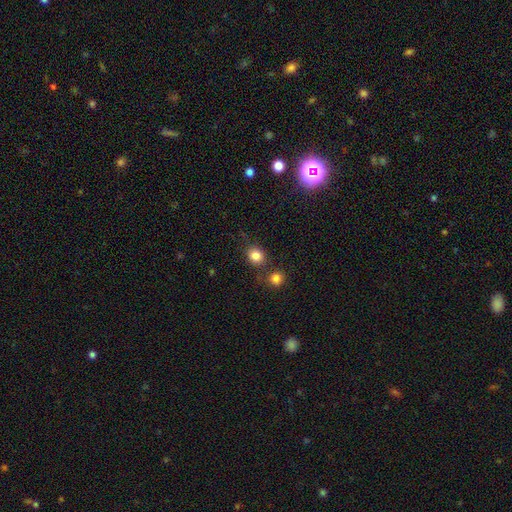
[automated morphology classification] Smooth or featured? Predicted: smooth (p=0.84). How rounded? Predicted: round (p=0.74). Merging? Predicted: none (p=0.72).